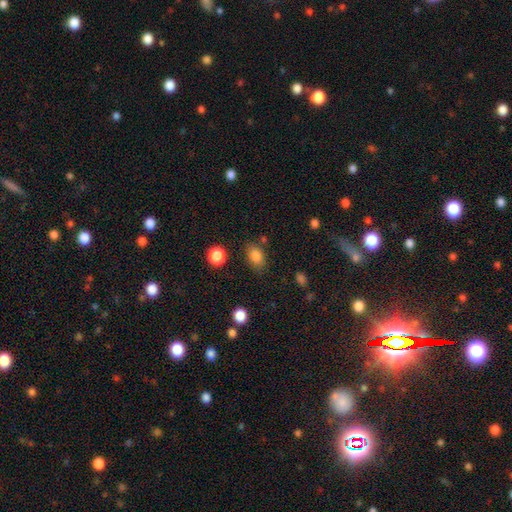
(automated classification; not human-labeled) Smooth or featured?
  - smooth: 84% *
  - star or artifact: 10%
  - featured or disk: 6%
How rounded?
  - in between: 82% *
  - round: 17%
  - cigar-shaped: 2%
Merging?
  - none: 78% *
  - minor disturbance: 13%
  - merger: 4%
  - major disturbance: 4%